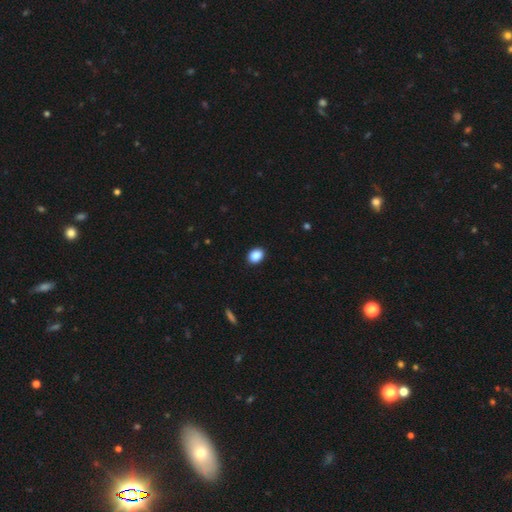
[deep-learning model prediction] smooth_or_featured: smooth (p=0.88) [alt: star or artifact p=0.09]
how_rounded: in between (p=0.65) [alt: round p=0.34]
merging: none (p=0.91) [alt: minor disturbance p=0.07]